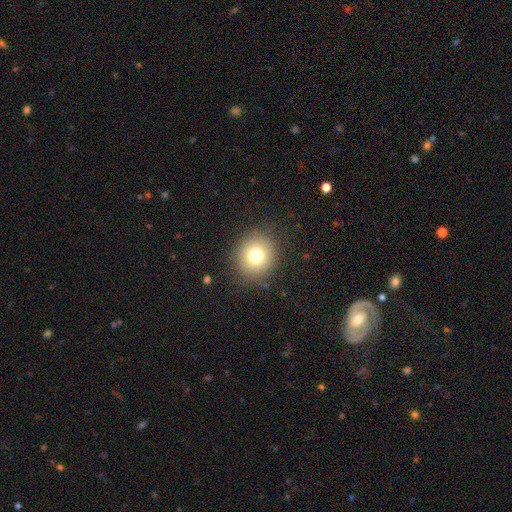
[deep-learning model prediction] Smooth or featured? Predicted: smooth (p=0.77). How rounded? Predicted: round (p=0.86). Merging? Predicted: none (p=0.87).